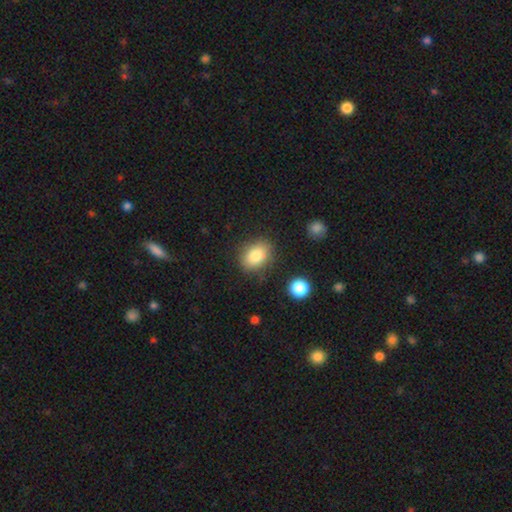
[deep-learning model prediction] smooth-or-featured: smooth: 83% | star or artifact: 8% | featured or disk: 8%
  how-rounded: in between: 66% | round: 33% | cigar-shaped: 1%
  merging: none: 79% | minor disturbance: 14% | major disturbance: 4% | merger: 3%